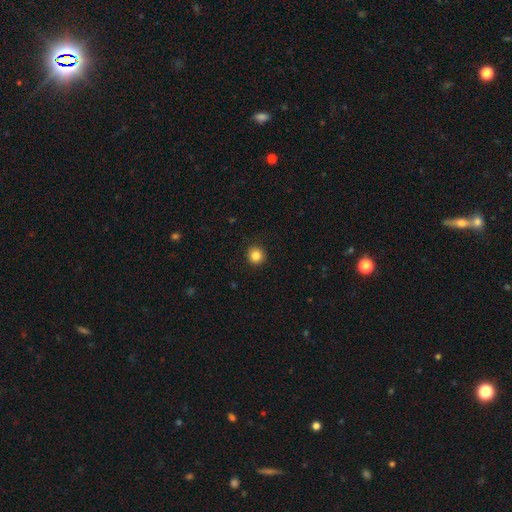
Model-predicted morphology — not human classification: Q: Smooth or featured?
A: smooth (85%); runner-up: star or artifact (11%)
Q: How rounded?
A: round (94%); runner-up: in between (5%)
Q: Merging?
A: none (91%); runner-up: minor disturbance (6%)